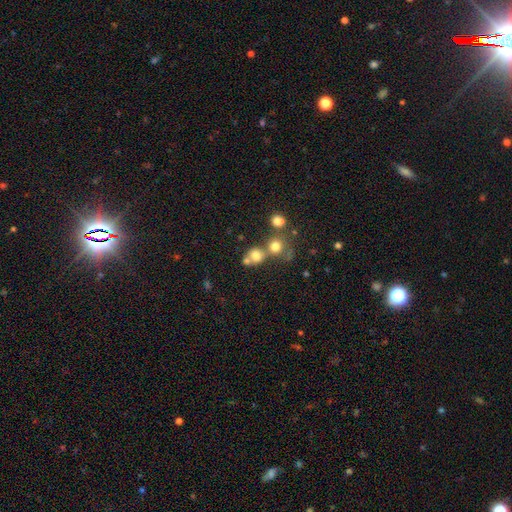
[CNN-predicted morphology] The model was most divided on "merging": merger: 45%, none: 41%, minor disturbance: 9%, major disturbance: 6%. More confident: how rounded — round (76%); smooth or featured — smooth (72%).